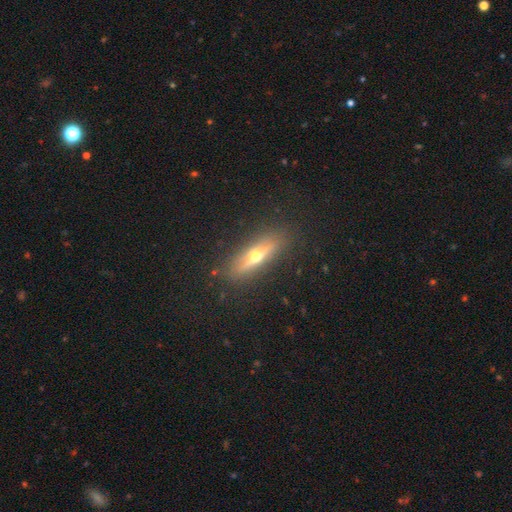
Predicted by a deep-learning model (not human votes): This is likely a featured or disk galaxy (61%). It is clearly viewed edge-on (89%). Edge-on bulge: clearly rounded (95%). Merging: clearly none (87%).